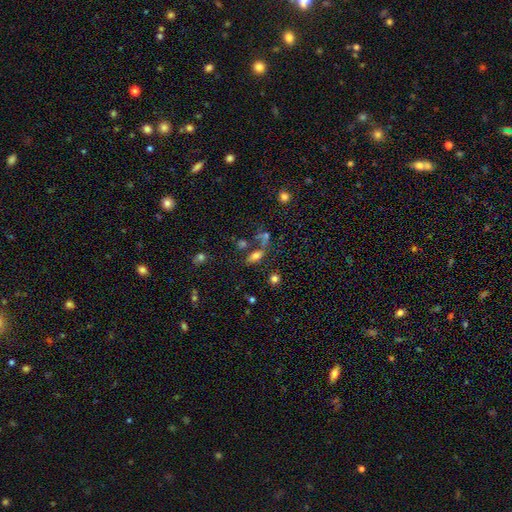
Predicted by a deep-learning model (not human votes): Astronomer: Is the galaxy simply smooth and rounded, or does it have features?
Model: smooth — 69%.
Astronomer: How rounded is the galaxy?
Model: in between — 80%.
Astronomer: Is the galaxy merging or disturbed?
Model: none — 48% (runner-up: merger, 27%).